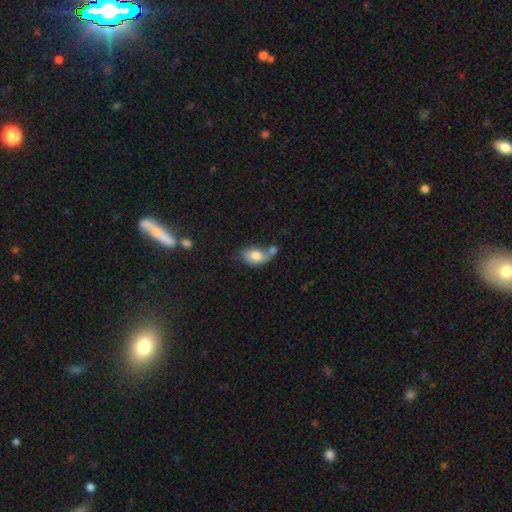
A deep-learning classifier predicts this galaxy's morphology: smooth 76%, featured or disk 16%, star or artifact 8%. Down the decision tree: how rounded — in between (85%); merging — merger (43%).